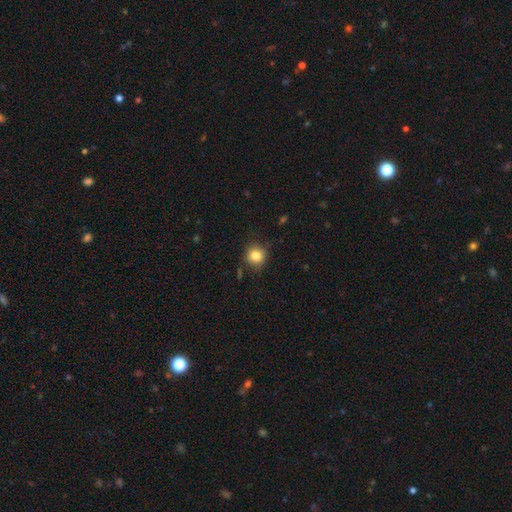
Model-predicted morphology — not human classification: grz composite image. It shows a smooth galaxy with no disk features (84%) that is round (89%). Merging: none (81%).